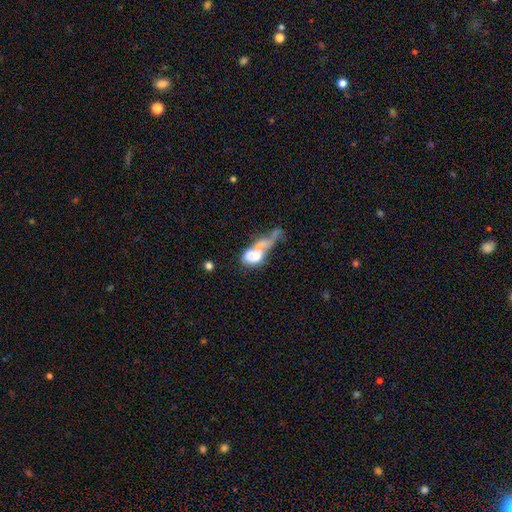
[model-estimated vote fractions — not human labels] This appears to be a featured or disk galaxy (46%). Merging: major disturbance (41%).